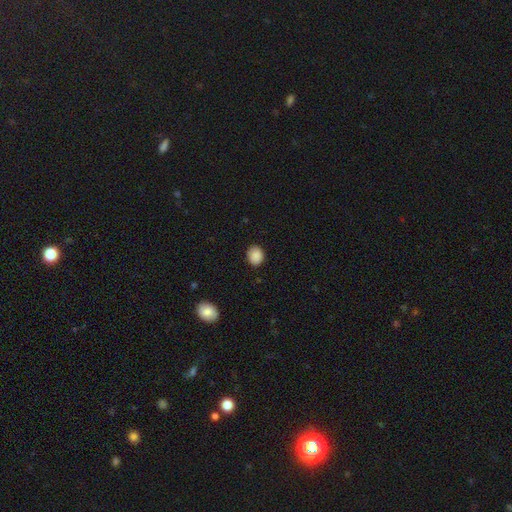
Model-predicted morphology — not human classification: The model was most divided on "how rounded": round: 58%, in between: 41%, cigar-shaped: 1%. More confident: smooth or featured — smooth (89%); merging — none (87%).